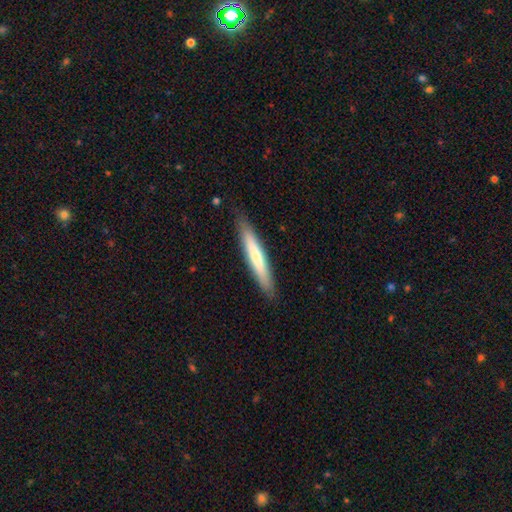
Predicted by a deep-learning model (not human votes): smooth_or_featured: smooth (p=0.61) [alt: featured or disk p=0.32]
how_rounded: cigar-shaped (p=0.93) [alt: in between p=0.06]
merging: none (p=0.89) [alt: minor disturbance p=0.08]